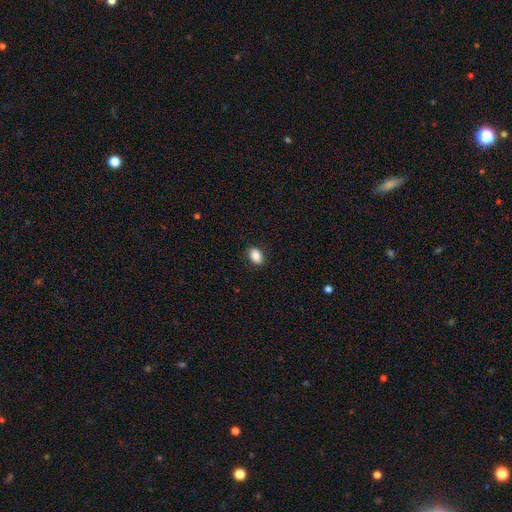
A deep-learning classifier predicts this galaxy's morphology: Smooth or featured? Predicted: smooth (p=0.87). How rounded? Predicted: in between (p=0.80). Merging? Predicted: none (p=0.88).